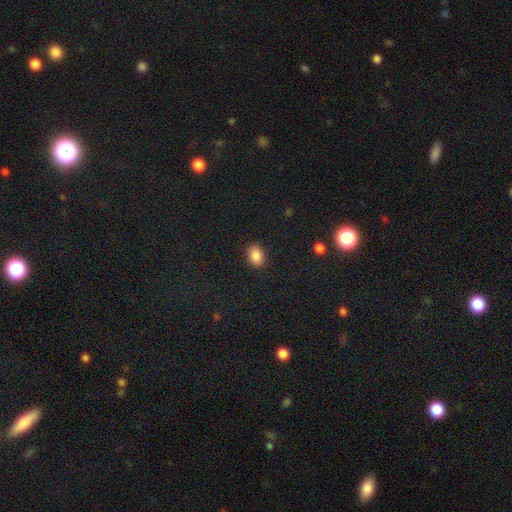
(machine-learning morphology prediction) A smooth galaxy with no disk features (88%) that is in between round and cigar-shaped (80%). Merging: none (89%).